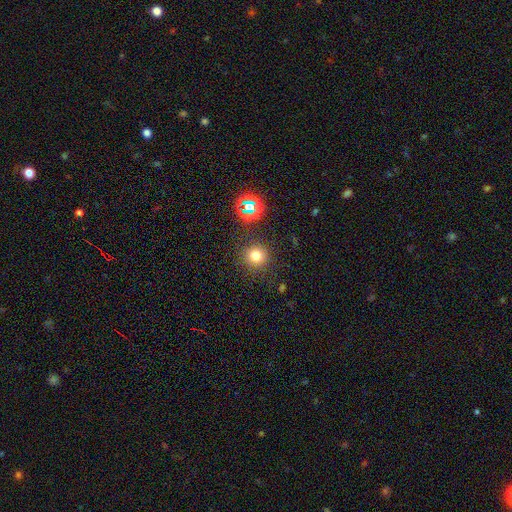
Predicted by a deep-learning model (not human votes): Morphology: type=smooth (72%); roundness=round (94%); merging=none (87%).